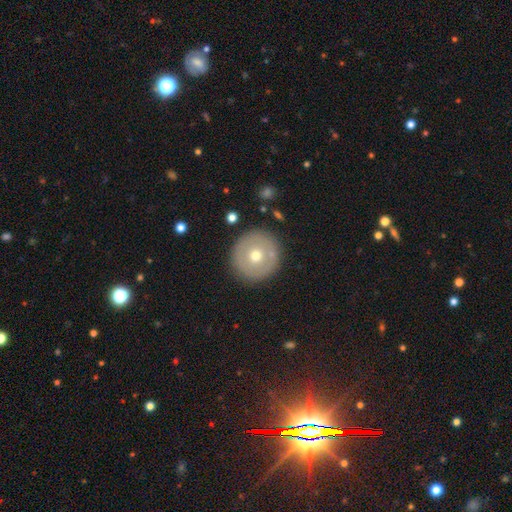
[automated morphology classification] smooth-or-featured: smooth: 56% | featured or disk: 36% | star or artifact: 8%
  how-rounded: round: 95% | in between: 4% | cigar-shaped: 1%
  merging: none: 88% | minor disturbance: 7% | major disturbance: 3% | merger: 2%